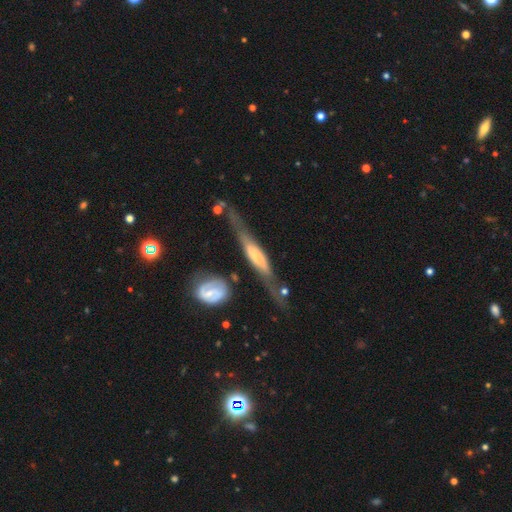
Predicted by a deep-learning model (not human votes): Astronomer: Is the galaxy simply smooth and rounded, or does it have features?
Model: featured or disk — 73%.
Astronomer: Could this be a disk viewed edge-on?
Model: yes — 84%.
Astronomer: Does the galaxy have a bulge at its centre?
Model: rounded — 50% (runner-up: boxy, 35%).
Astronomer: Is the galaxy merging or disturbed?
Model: none — 52%.